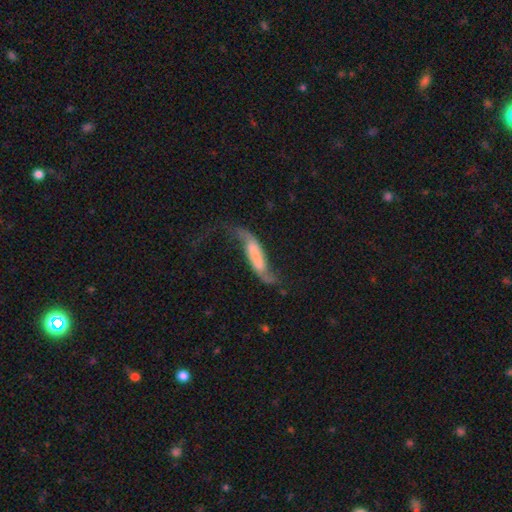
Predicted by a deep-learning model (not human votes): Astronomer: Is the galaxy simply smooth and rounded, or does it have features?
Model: featured or disk — 64%.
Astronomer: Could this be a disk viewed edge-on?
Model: no — 76%.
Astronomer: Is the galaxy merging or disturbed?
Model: none — 40% (runner-up: major disturbance, 32%).